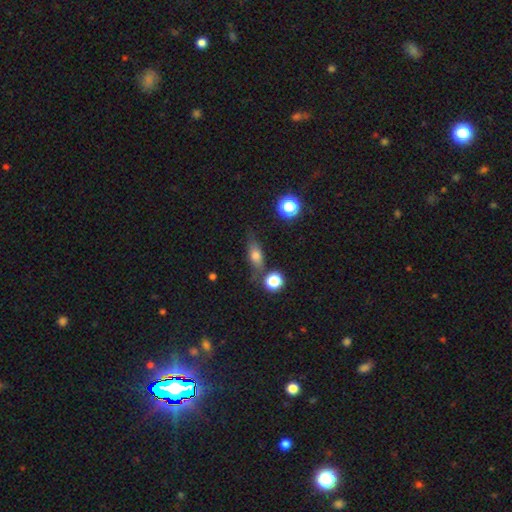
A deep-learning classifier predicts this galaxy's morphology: smooth_or_featured: smooth (p=0.67) [alt: featured or disk p=0.22]
how_rounded: in between (p=0.63) [alt: cigar-shaped p=0.23]
merging: none (p=0.65) [alt: minor disturbance p=0.20]